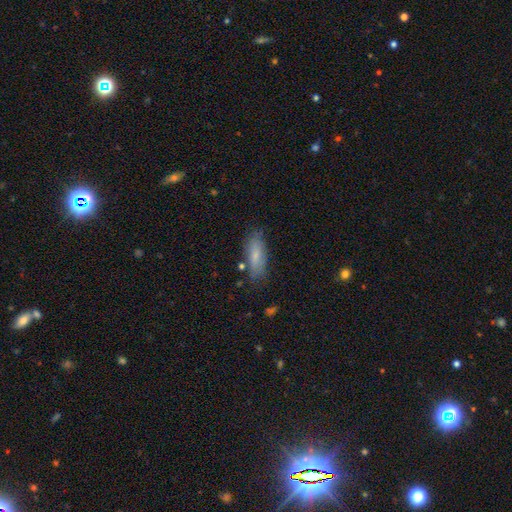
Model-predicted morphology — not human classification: Q: Smooth or featured?
A: smooth (75%); runner-up: featured or disk (18%)
Q: How rounded?
A: in between (66%); runner-up: cigar-shaped (32%)
Q: Merging?
A: none (78%); runner-up: minor disturbance (16%)